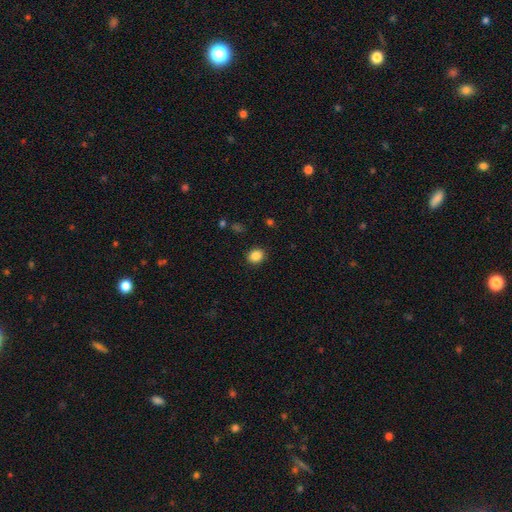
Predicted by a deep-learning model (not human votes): A smooth galaxy with no disk features (86%) that is round (67%).

Vote fractions:
- Smooth or featured? smooth: 86% / star or artifact: 10% / featured or disk: 4%
- How rounded? round: 67% / in between: 32% / cigar-shaped: 1%
- Merging? none: 90% / minor disturbance: 7% / major disturbance: 2% / merger: 1%